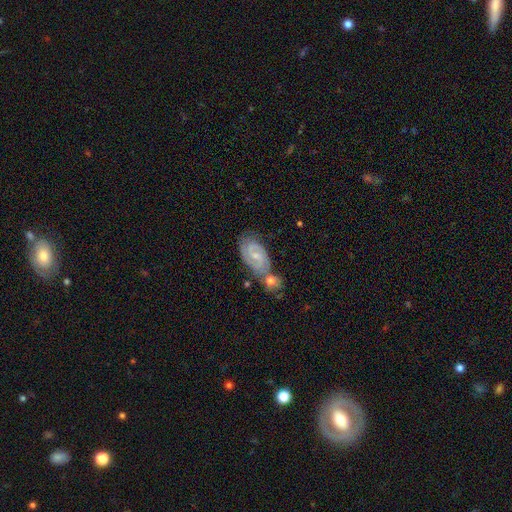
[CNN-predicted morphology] A featured or disk galaxy (81%) with a weak bar (49%), 2 (84%) tight (53%) spiral arms (96%) and a small central bulge (63%).

Vote fractions:
- Smooth or featured? featured or disk: 81% / smooth: 12% / star or artifact: 7%
- Edge-on disk? no: 96% / yes: 4%
- Bar? weak: 49% / no: 38% / strong: 13%
- Spiral arms? yes: 96% / no: 4%
- Spiral winding? tight: 53% / medium: 40% / loose: 8%
- Spiral arm count? 2: 84% / can't tell: 7% / 3: 4% / 1: 2% / 4: 1% / more than 4: 1%
- Bulge size? small: 63% / moderate: 29% / none: 6% / large: 1% / dominant: 1%
- Merging? none: 55% / merger: 24% / minor disturbance: 15% / major disturbance: 5%